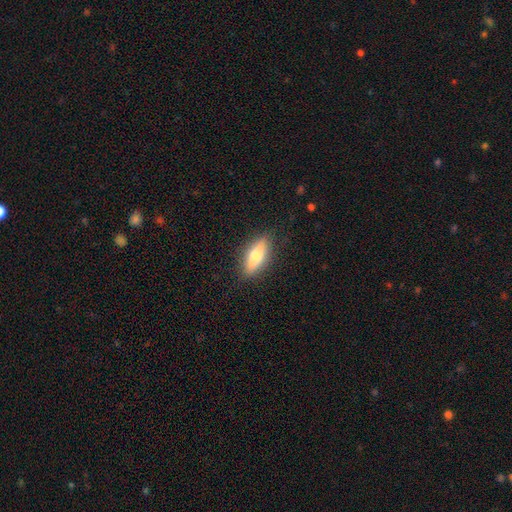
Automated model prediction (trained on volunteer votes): Smooth or featured? smooth (65%)
How rounded? in between (62%)
Merging? none (86%)